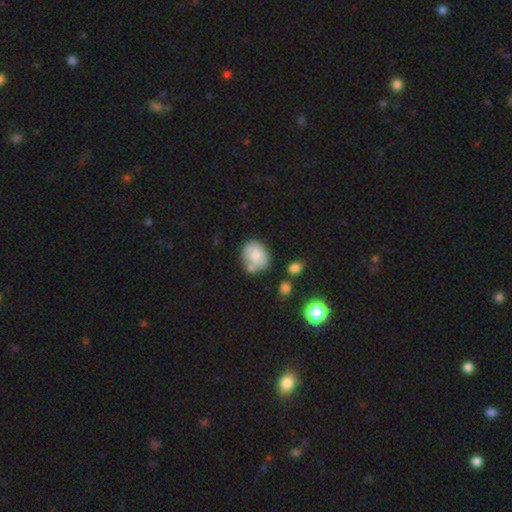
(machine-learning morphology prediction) Smooth or featured?
  - smooth: 76% *
  - featured or disk: 16%
  - star or artifact: 8%
How rounded?
  - round: 56% *
  - in between: 43%
  - cigar-shaped: 1%
Merging?
  - none: 52% *
  - minor disturbance: 21%
  - merger: 20%
  - major disturbance: 7%